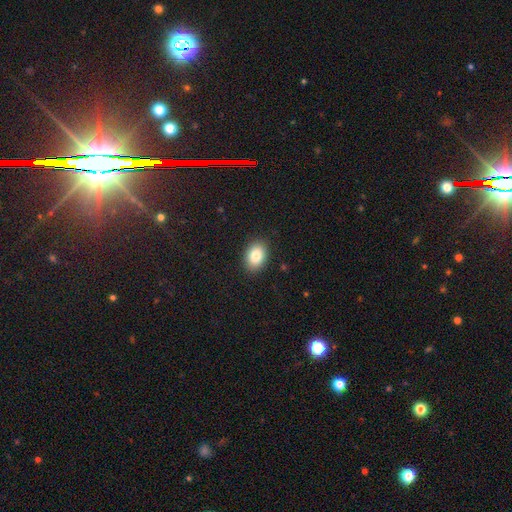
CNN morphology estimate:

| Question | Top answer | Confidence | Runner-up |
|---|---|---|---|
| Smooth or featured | smooth | 84% | star or artifact (8%) |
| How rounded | in between | 78% | round (21%) |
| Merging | none | 89% | minor disturbance (8%) |